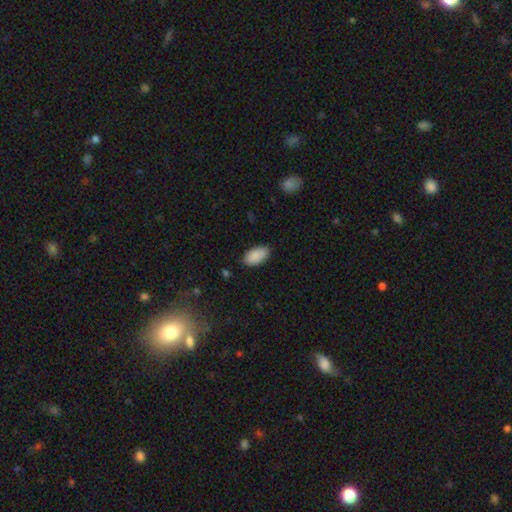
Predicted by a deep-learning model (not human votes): A smooth galaxy with no disk features (90%) that is in between round and cigar-shaped (95%).

Vote fractions:
- Smooth or featured? smooth: 90% / star or artifact: 6% / featured or disk: 4%
- How rounded? in between: 95% / round: 2% / cigar-shaped: 2%
- Merging? none: 86% / minor disturbance: 11% / major disturbance: 2% / merger: 1%